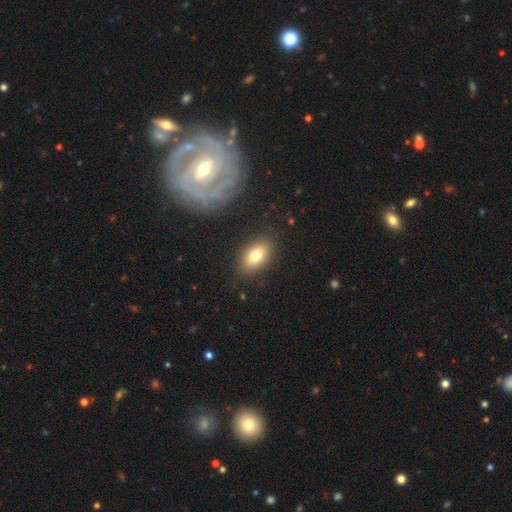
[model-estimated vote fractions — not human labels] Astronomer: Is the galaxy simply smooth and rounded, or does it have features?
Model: smooth — 76%.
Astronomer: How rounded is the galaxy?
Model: in between — 87%.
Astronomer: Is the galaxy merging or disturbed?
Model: none — 85%.